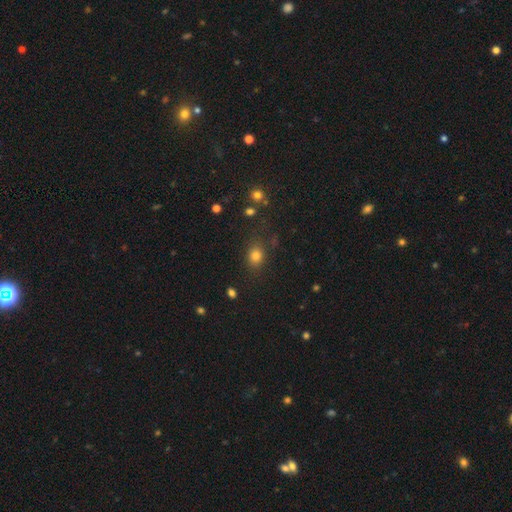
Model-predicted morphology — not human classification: smooth 78%, star or artifact 15%, featured or disk 7%. Down the decision tree: how rounded — in between (53%); merging — none (77%).